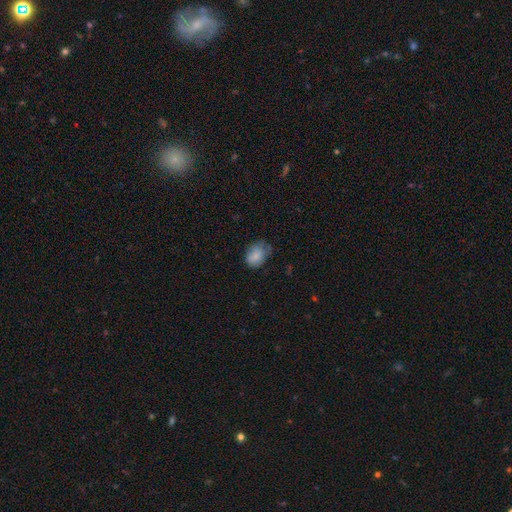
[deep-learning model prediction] The model was most divided on "merging": none: 50%, minor disturbance: 37%, major disturbance: 12%, merger: 2%. More confident: smooth or featured — smooth (81%); how rounded — in between (71%).